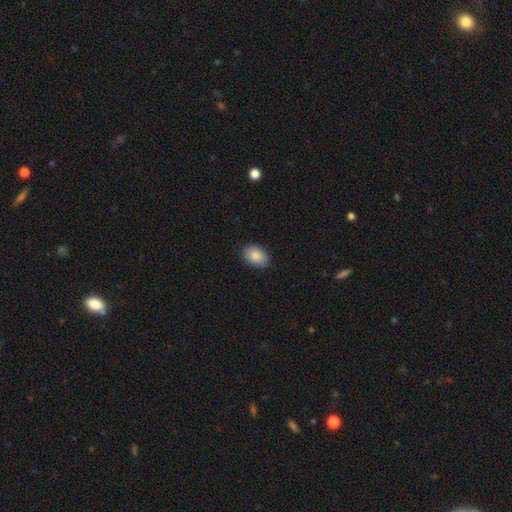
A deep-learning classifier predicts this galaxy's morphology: smooth-or-featured: smooth: 87% | star or artifact: 7% | featured or disk: 6%
  how-rounded: in between: 83% | round: 16% | cigar-shaped: 1%
  merging: none: 87% | minor disturbance: 10% | major disturbance: 2% | merger: 1%